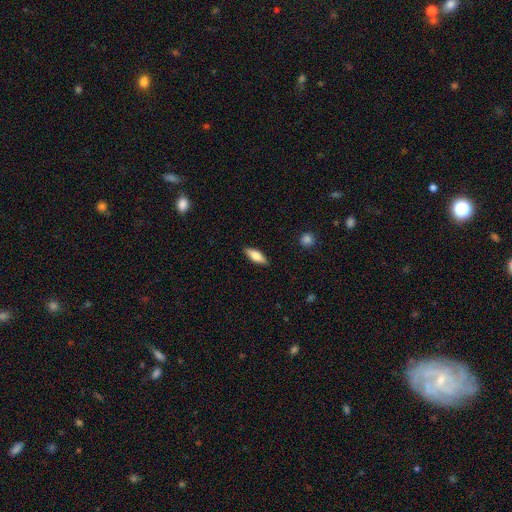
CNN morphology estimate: Smooth or featured? smooth (67%)
How rounded? in between (62%)
Merging? none (88%)